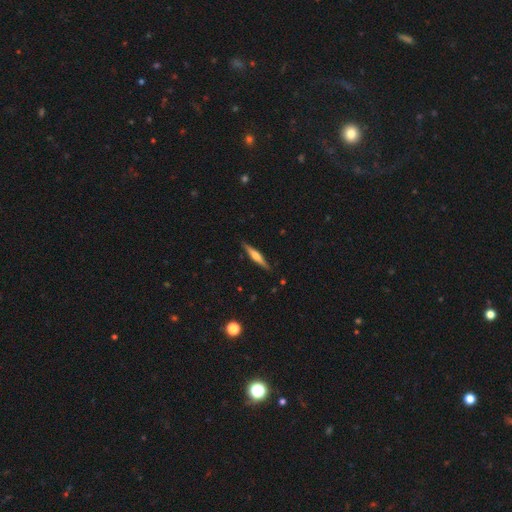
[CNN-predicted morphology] Smooth or featured?
  - featured or disk: 57% *
  - smooth: 37%
  - star or artifact: 6%
Edge-on disk?
  - yes: 97% *
  - no: 3%
Edge-on bulge?
  - rounded: 74% *
  - boxy: 14%
  - none: 12%
Merging?
  - none: 89% *
  - minor disturbance: 8%
  - major disturbance: 2%
  - merger: 1%